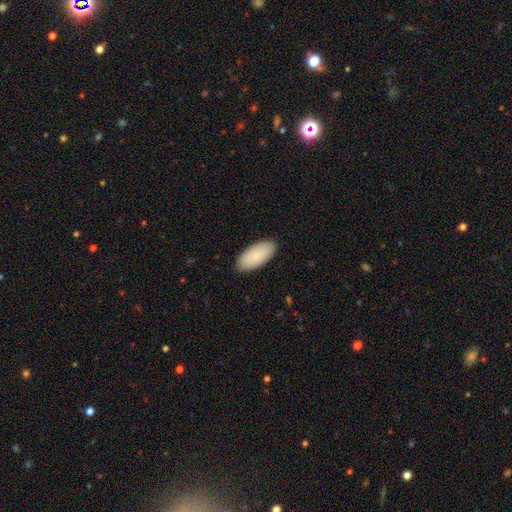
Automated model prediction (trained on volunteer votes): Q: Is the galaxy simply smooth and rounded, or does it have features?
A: smooth — 87%.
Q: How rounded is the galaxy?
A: in between — 94%.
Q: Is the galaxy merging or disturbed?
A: none — 89%.